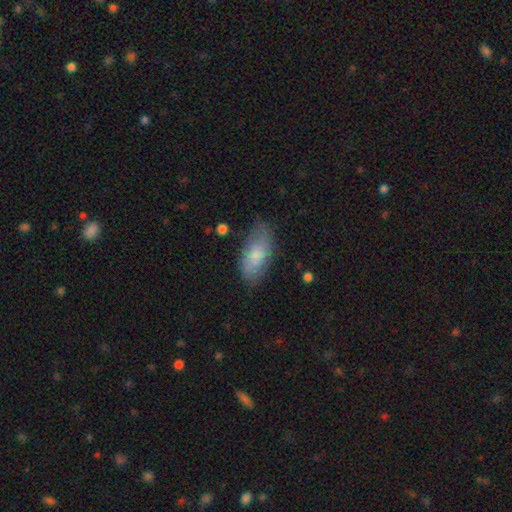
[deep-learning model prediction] This is likely a smooth galaxy (76%). How rounded: clearly in between (90%). Merging: likely none (71%).